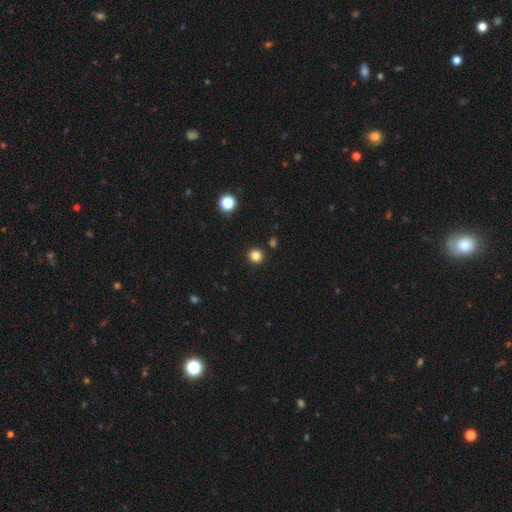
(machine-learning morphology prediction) A smooth galaxy with no disk features (83%) that is round (95%). Merging: none (92%).